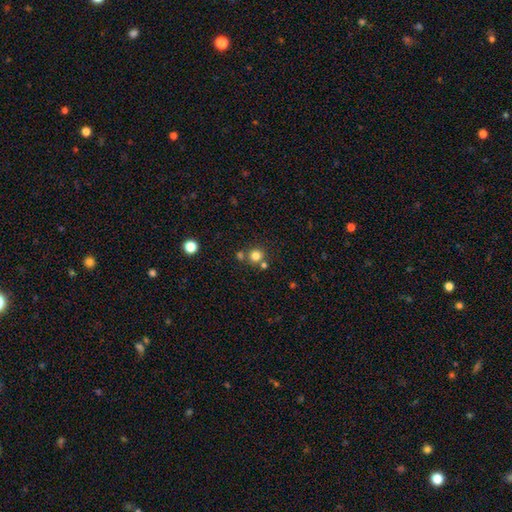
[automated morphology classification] Smooth or featured: smooth — 79% (star or artifact — 15%)
How rounded: round — 91% (in between — 8%)
Merging: none — 70% (merger — 20%)